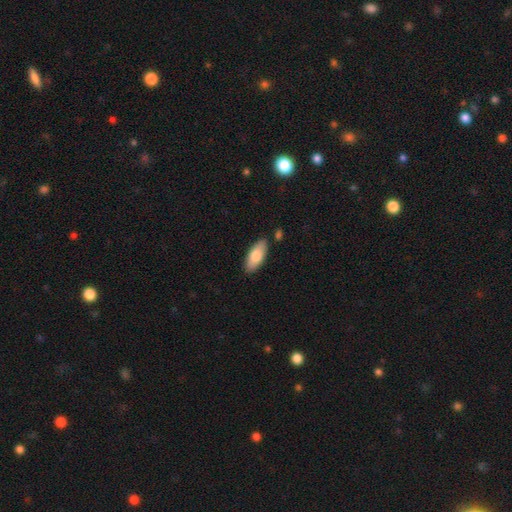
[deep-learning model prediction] This appears to be a smooth galaxy with no disk features (78%) that is in between round and cigar-shaped (84%). Merging: none (85%).